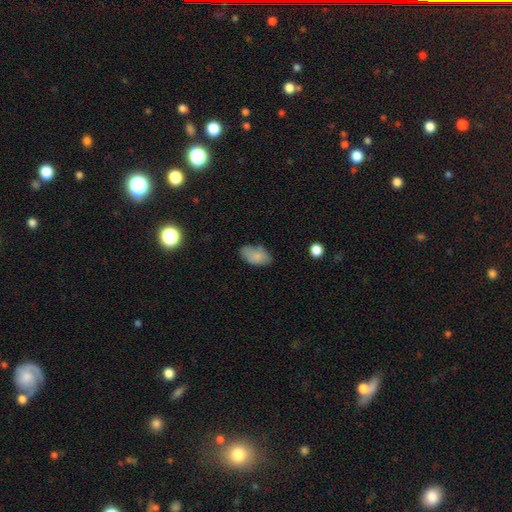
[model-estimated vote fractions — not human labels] Morphology: type=smooth (82%); roundness=in between (93%); merging=none (69%).